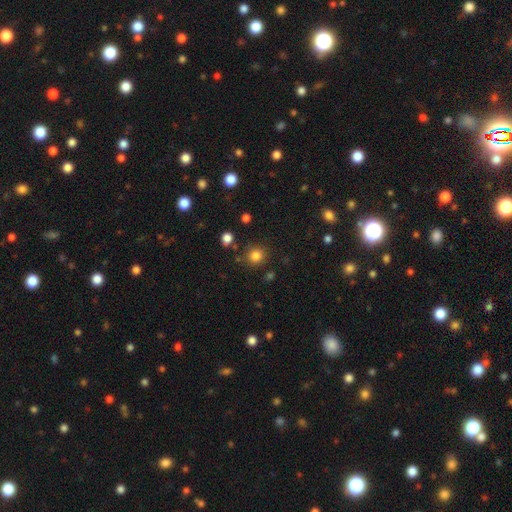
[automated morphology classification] Smooth or featured? smooth (82%)
How rounded? round (89%)
Merging? none (83%)